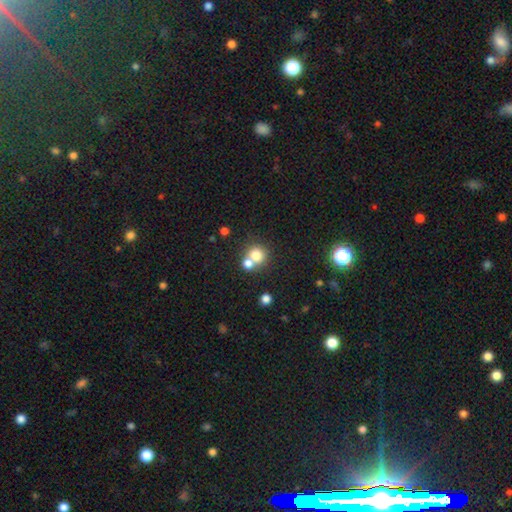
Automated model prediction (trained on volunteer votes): Morphology: type=smooth (76%); roundness=round (86%); merging=merger (46%).